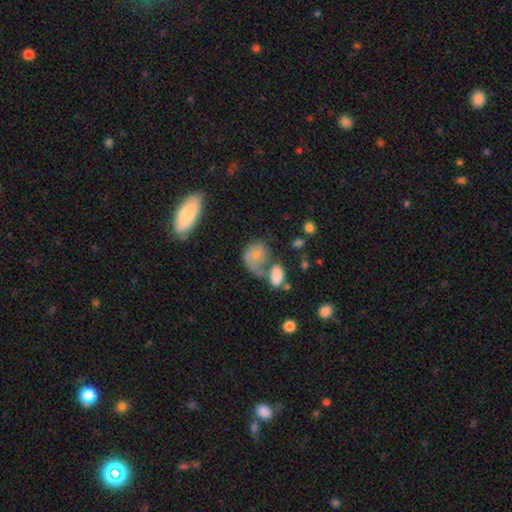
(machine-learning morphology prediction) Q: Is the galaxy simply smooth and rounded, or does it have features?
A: smooth — 61%.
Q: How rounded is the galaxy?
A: in between — 53%.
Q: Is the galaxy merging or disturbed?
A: merger — 36%.